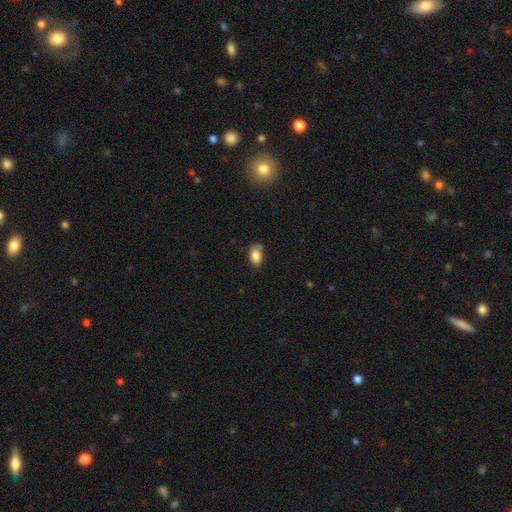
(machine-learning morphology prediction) smooth_or_featured: smooth (p=0.82) [alt: featured or disk p=0.09]
how_rounded: in between (p=0.87) [alt: round p=0.11]
merging: none (p=0.65) [alt: minor disturbance p=0.21]